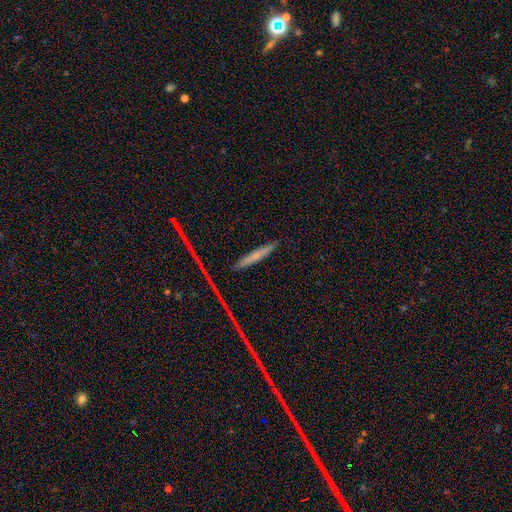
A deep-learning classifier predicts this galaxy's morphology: smooth_or_featured: smooth (p=0.55) [alt: featured or disk p=0.33]
how_rounded: cigar-shaped (p=0.91) [alt: in between p=0.07]
merging: none (p=0.85) [alt: minor disturbance p=0.11]